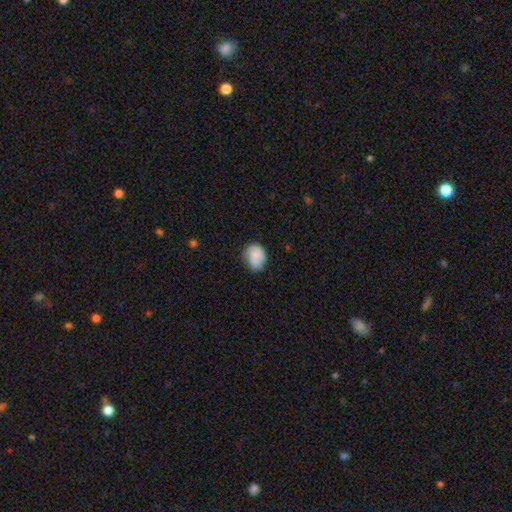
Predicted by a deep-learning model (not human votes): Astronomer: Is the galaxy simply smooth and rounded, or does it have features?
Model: smooth — 73%.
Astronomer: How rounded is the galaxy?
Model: in between — 57% (runner-up: round, 42%).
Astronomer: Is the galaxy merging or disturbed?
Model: none — 66%.